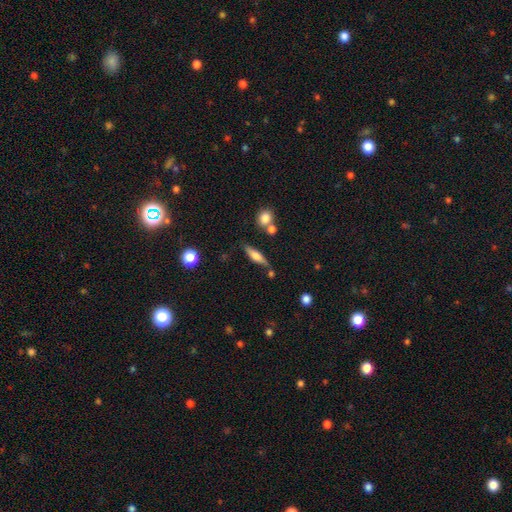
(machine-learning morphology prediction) smooth-or-featured: featured or disk: 46% (tied) | smooth: 46% (tied) | star or artifact: 8%
  merging: none: 72% | minor disturbance: 15% | merger: 9% | major disturbance: 4%